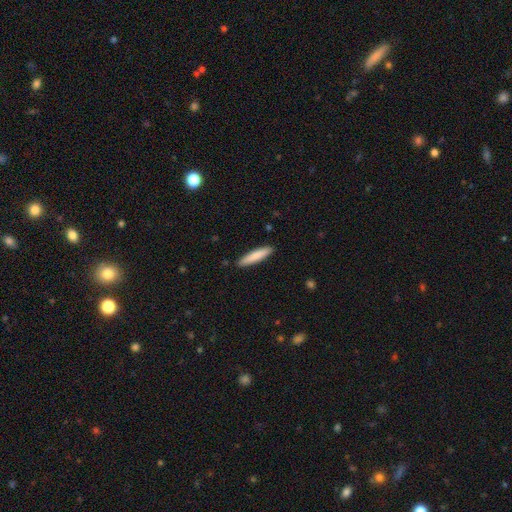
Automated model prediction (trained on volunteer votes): Smooth or featured: smooth — 82% (featured or disk — 13%)
How rounded: cigar-shaped — 85% (in between — 14%)
Merging: none — 90% (minor disturbance — 8%)